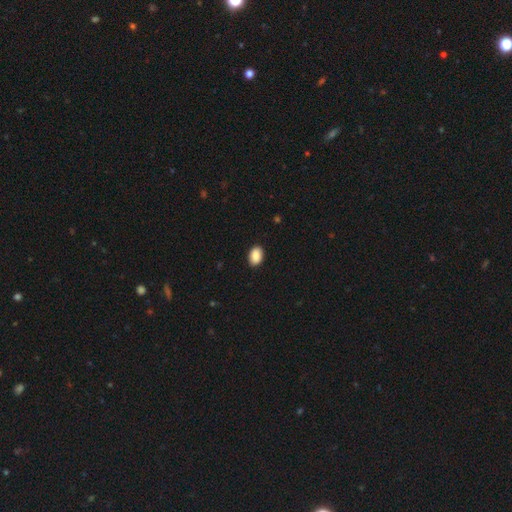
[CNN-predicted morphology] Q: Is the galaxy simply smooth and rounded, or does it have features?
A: smooth — 89%.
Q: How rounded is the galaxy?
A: in between — 85%.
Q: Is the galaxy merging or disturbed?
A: none — 90%.